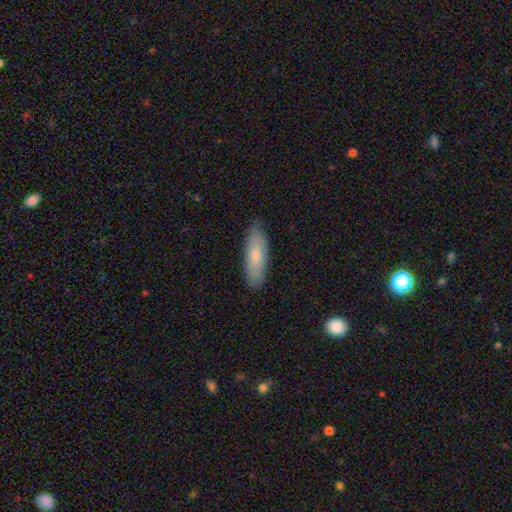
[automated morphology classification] Smooth or featured: smooth — 74% (featured or disk — 21%)
How rounded: in between — 51% (cigar-shaped — 47%)
Merging: none — 85% (minor disturbance — 12%)